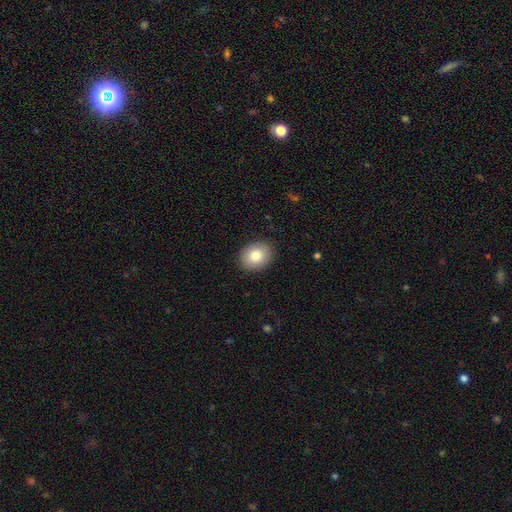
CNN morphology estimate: Overall: smooth (82%). How rounded: in between (59%; round 40%). Merging: none (90%).